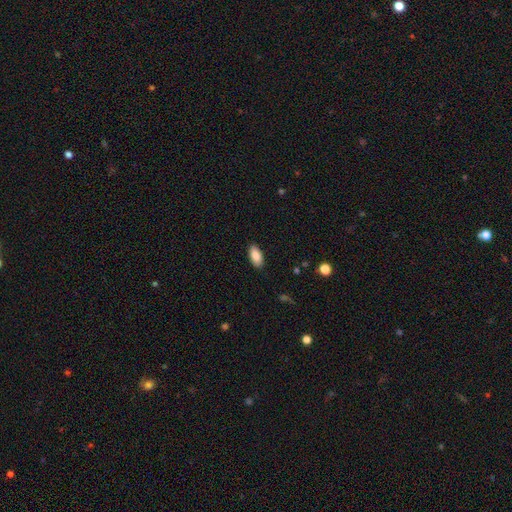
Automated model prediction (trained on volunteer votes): Smooth or featured? Predicted: smooth (p=0.88). How rounded? Predicted: in between (p=0.92). Merging? Predicted: none (p=0.88).